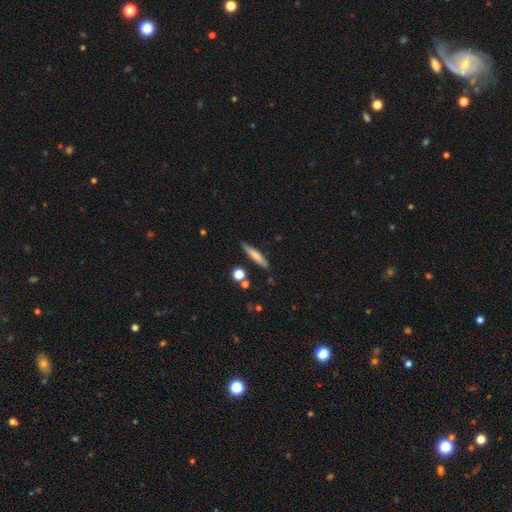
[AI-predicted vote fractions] A smooth galaxy with no disk features (71%) that is cigar-shaped (90%). Merging: none (84%).